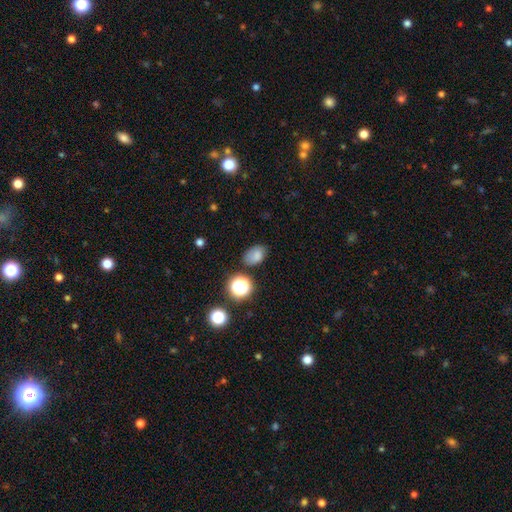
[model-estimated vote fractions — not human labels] Q: Smooth or featured?
A: smooth (78%); runner-up: star or artifact (14%)
Q: How rounded?
A: in between (81%); runner-up: round (18%)
Q: Merging?
A: none (72%); runner-up: minor disturbance (19%)